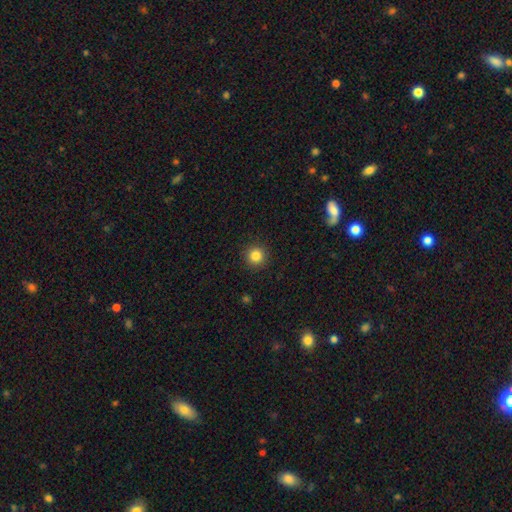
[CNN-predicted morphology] A smooth galaxy with no disk features (85%) that is round (95%).

Vote fractions:
- Smooth or featured? smooth: 85% / star or artifact: 11% / featured or disk: 4%
- How rounded? round: 95% / in between: 4% / cigar-shaped: 1%
- Merging? none: 92% / minor disturbance: 5% / major disturbance: 2% / merger: 1%